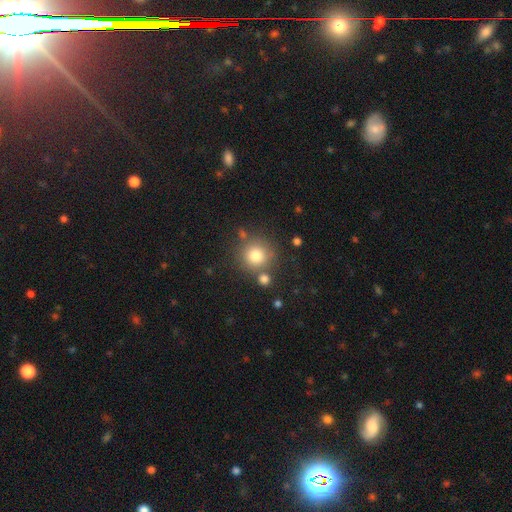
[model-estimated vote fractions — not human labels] smooth_or_featured: smooth (p=0.78) [alt: star or artifact p=0.12]
how_rounded: round (p=0.93) [alt: in between p=0.06]
merging: none (p=0.74) [alt: merger p=0.12]